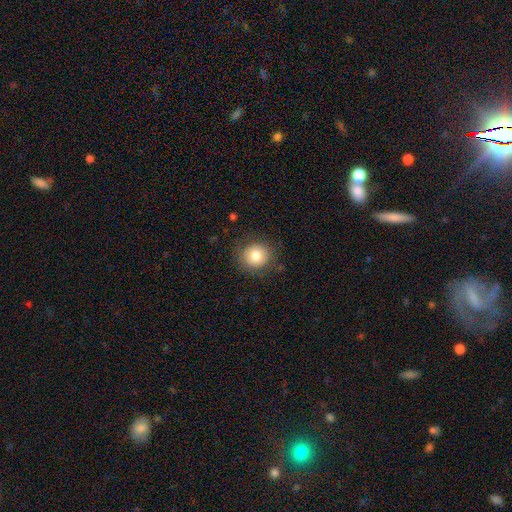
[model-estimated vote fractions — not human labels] Smooth or featured? smooth (79%)
How rounded? round (87%)
Merging? none (83%)